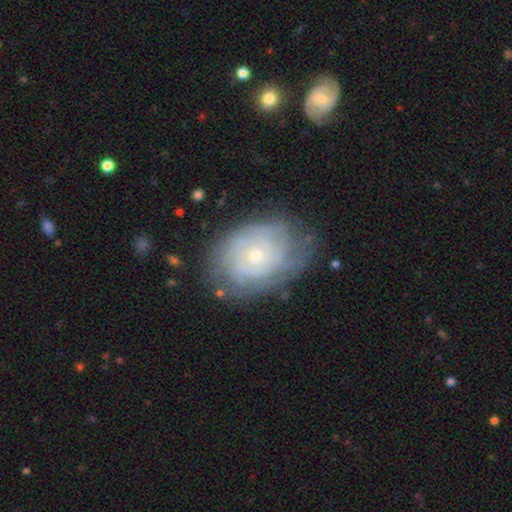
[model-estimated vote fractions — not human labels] smooth_or_featured: featured or disk (p=0.78) [alt: smooth p=0.15]
disk_edge_on: no (p=0.97) [alt: yes p=0.03]
bar: no (p=0.80) [alt: weak p=0.17]
has_spiral_arms: yes (p=0.91) [alt: no p=0.09]
spiral_winding: tight (p=0.75) [alt: medium p=0.19]
spiral_arm_count: can't tell (p=0.50) [alt: 2 p=0.13]
bulge_size: small (p=0.65) [alt: moderate p=0.31]
merging: none (p=0.70) [alt: minor disturbance p=0.20]